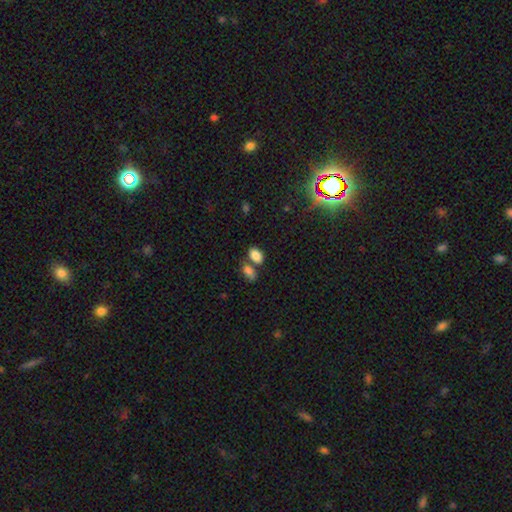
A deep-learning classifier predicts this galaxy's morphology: smooth 85%, star or artifact 9%, featured or disk 6%. Down the decision tree: how rounded — in between (90%); merging — none (49%).